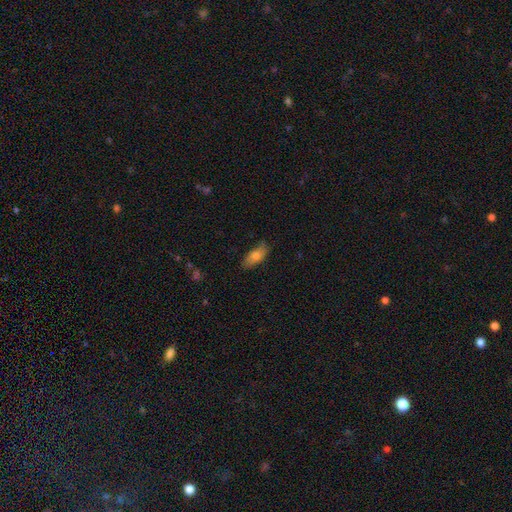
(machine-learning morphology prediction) Smooth or featured? smooth (75%)
How rounded? in between (80%)
Merging? none (78%)